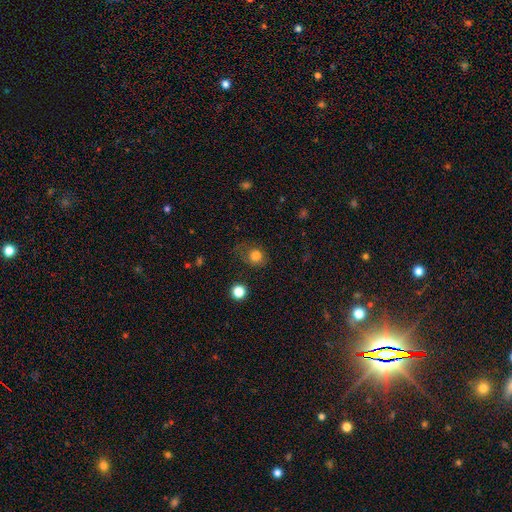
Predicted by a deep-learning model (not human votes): Smooth or featured? Predicted: smooth (p=0.79). How rounded? Predicted: round (p=0.72). Merging? Predicted: none (p=0.56).